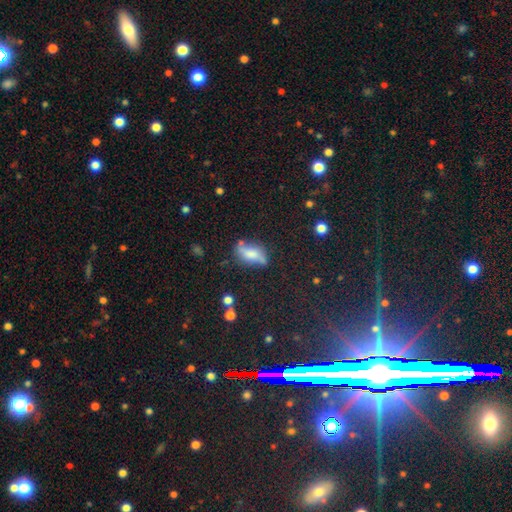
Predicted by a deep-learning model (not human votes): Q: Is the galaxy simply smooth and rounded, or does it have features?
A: smooth — 42%.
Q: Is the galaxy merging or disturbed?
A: none — 64%.